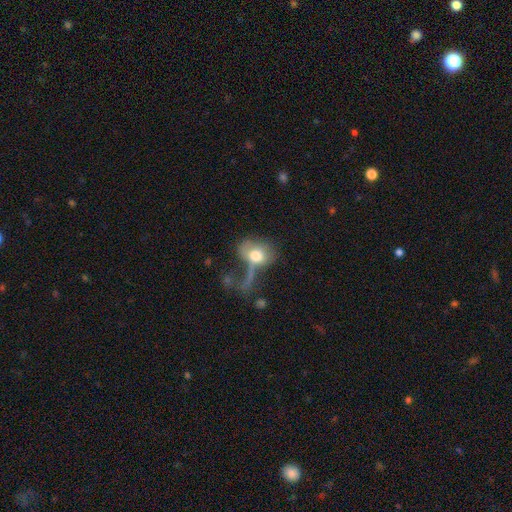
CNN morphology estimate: Q: Smooth or featured?
A: smooth (65%); runner-up: featured or disk (26%)
Q: How rounded?
A: in between (61%); runner-up: round (37%)
Q: Merging?
A: major disturbance (49%); runner-up: none (20%)